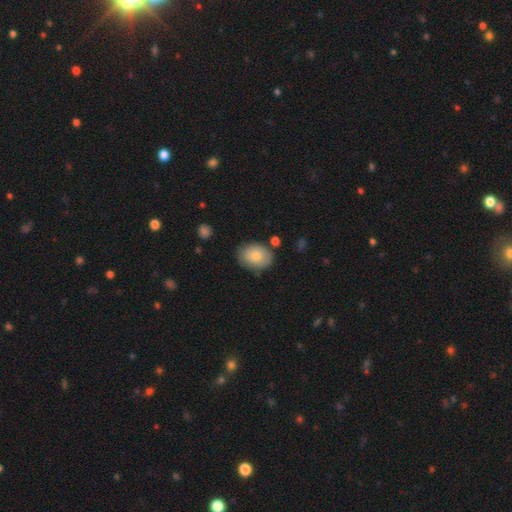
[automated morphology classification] Smooth or featured? smooth (77%)
How rounded? in between (68%)
Merging? none (75%)